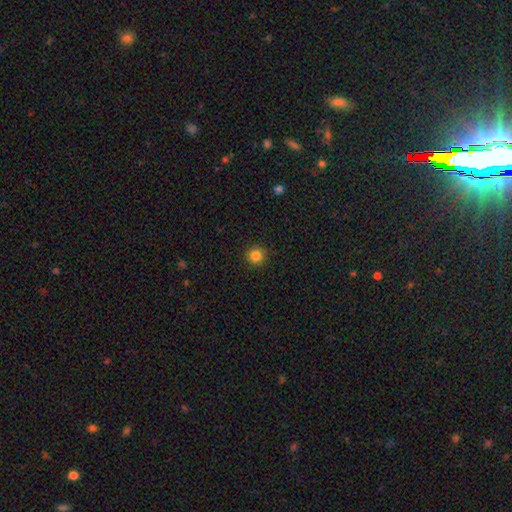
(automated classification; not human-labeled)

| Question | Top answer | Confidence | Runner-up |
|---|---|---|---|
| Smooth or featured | smooth | 84% | star or artifact (12%) |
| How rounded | round | 94% | in between (5%) |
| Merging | none | 92% | minor disturbance (5%) |